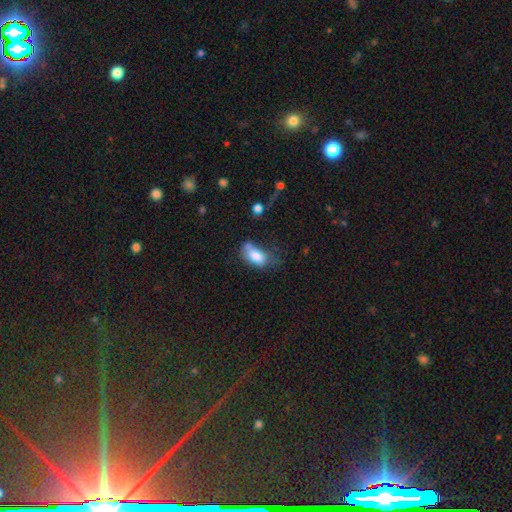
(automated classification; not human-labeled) This is likely a smooth galaxy (78%). How rounded: clearly in between (90%). Merging: marginally none (34%).